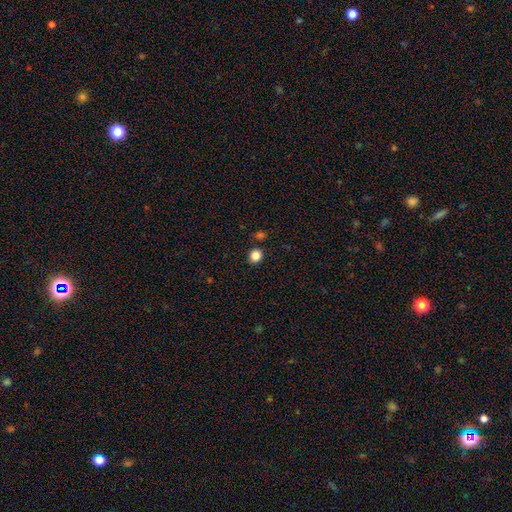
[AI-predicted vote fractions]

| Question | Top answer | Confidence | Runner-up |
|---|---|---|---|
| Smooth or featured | smooth | 85% | star or artifact (11%) |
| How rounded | round | 81% | in between (18%) |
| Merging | none | 87% | minor disturbance (7%) |